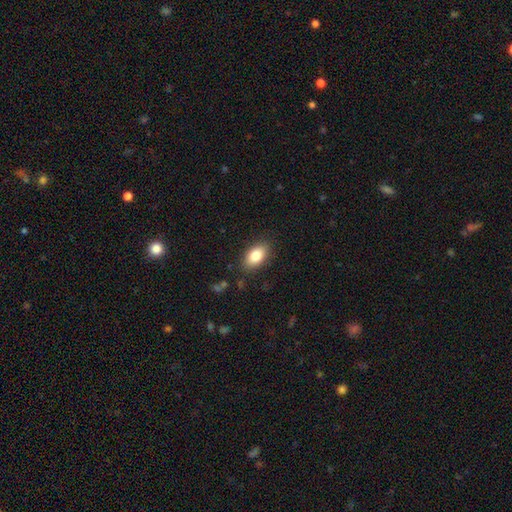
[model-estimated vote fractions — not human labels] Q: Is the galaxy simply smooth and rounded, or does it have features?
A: smooth — 83%.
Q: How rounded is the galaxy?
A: in between — 91%.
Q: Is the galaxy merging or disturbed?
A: none — 86%.